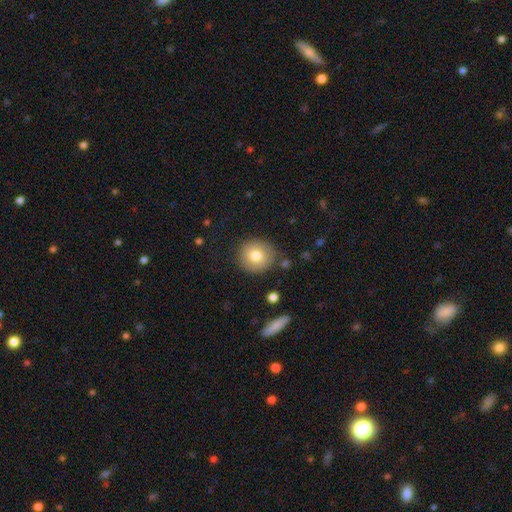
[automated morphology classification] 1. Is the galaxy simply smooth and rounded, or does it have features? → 78% smooth, 13% featured or disk, 9% star or artifact.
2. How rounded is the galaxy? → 89% round, 10% in between, 1% cigar-shaped.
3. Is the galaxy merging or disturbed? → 84% none, 10% minor disturbance, 3% major disturbance, 2% merger.